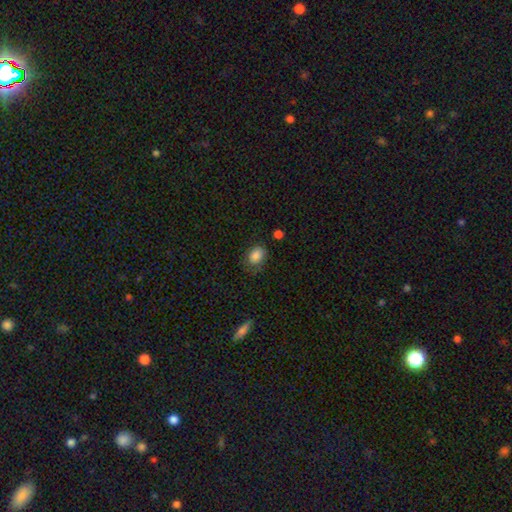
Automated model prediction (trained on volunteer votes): A smooth galaxy with no disk features (87%) that is in between round and cigar-shaped (74%). Merging: none (68%).